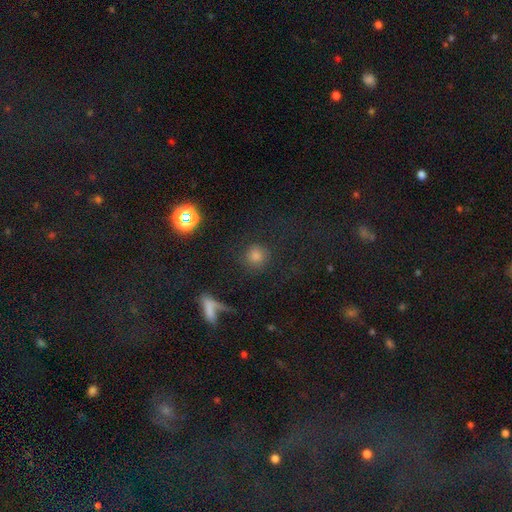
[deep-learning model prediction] Smooth or featured: smooth — 70% (star or artifact — 21%)
How rounded: round — 91% (in between — 7%)
Merging: none — 80% (minor disturbance — 9%)